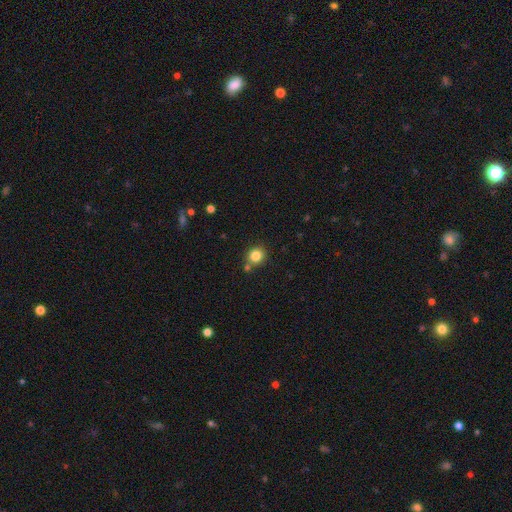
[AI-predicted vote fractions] Morphology: type=smooth (83%); roundness=round (86%); merging=none (77%).